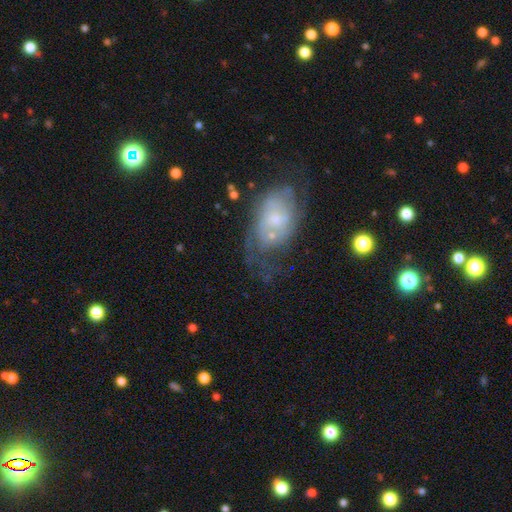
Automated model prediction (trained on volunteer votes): A featured or disk galaxy (58%) with no bar (73%), spiral arms (81%) and a small central bulge (65%). Merging: none (63%).